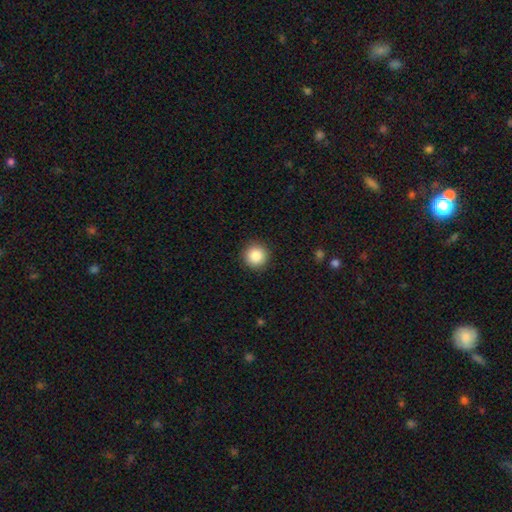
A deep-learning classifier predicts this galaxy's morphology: Q: Smooth or featured?
A: smooth (87%); runner-up: star or artifact (9%)
Q: How rounded?
A: round (96%); runner-up: in between (3%)
Q: Merging?
A: none (92%); runner-up: minor disturbance (5%)